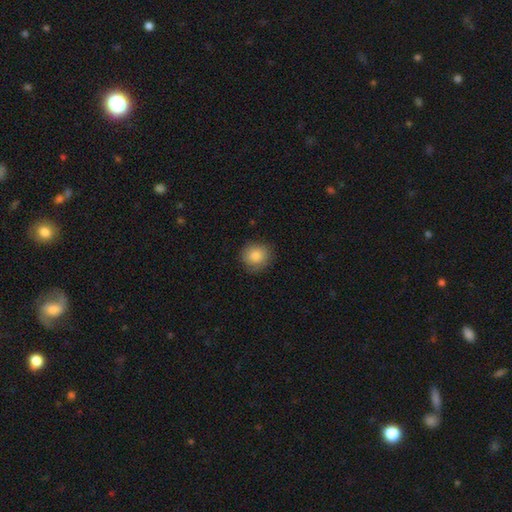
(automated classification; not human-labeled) Morphology: type=smooth (83%); roundness=round (87%); merging=none (82%).